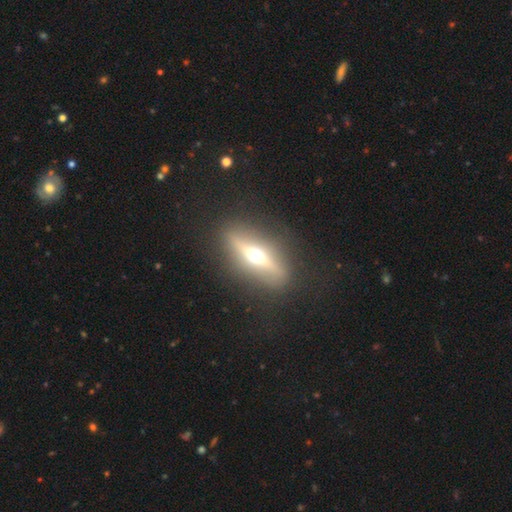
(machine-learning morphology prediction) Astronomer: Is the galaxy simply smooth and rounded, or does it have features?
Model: featured or disk — 65%.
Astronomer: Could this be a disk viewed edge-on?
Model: yes — 80%.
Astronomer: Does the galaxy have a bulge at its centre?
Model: rounded — 95%.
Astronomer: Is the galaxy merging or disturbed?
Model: none — 86%.